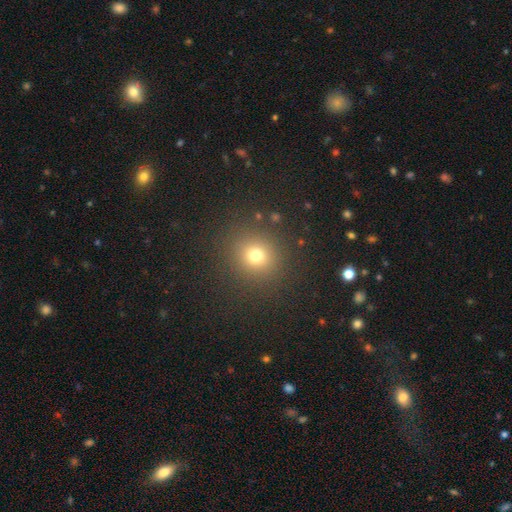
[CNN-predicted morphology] This appears to be a smooth galaxy with no disk features (72%) that is round (88%). Merging: none (88%).